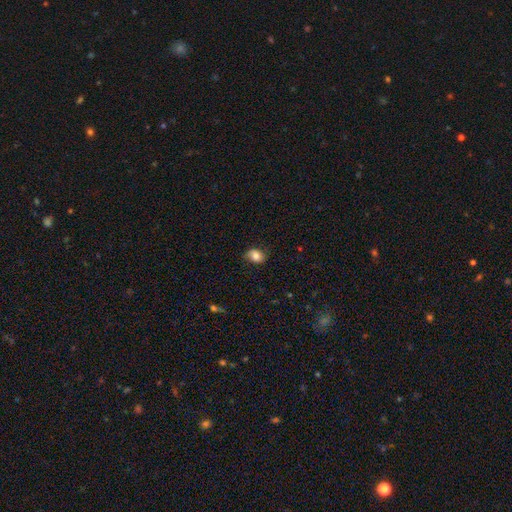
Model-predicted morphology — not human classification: The model was most divided on "how rounded": in between: 66%, round: 33%, cigar-shaped: 1%. More confident: smooth or featured — smooth (77%); merging — none (73%).